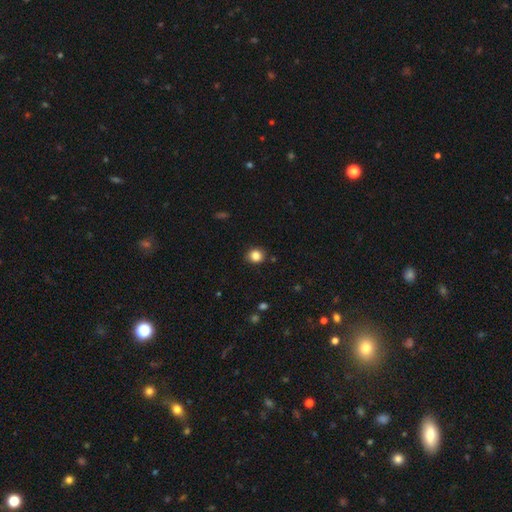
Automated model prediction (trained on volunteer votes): A smooth galaxy with no disk features (85%) that is round (83%).

Vote fractions:
- Smooth or featured? smooth: 85% / star or artifact: 11% / featured or disk: 4%
- How rounded? round: 83% / in between: 16% / cigar-shaped: 1%
- Merging? none: 88% / minor disturbance: 8% / major disturbance: 2% / merger: 2%